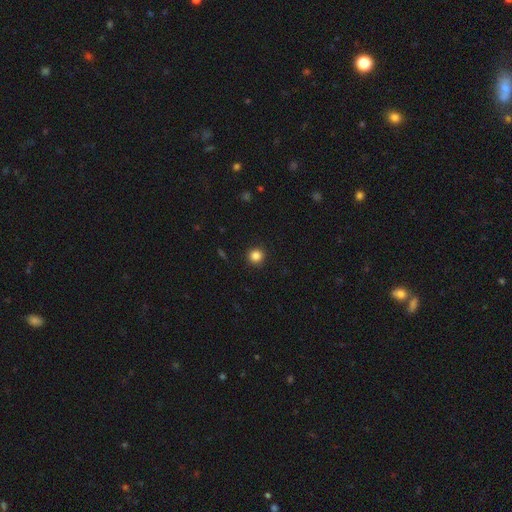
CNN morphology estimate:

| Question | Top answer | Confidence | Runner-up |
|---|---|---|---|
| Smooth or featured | smooth | 85% | star or artifact (11%) |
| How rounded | round | 94% | in between (5%) |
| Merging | none | 92% | minor disturbance (5%) |